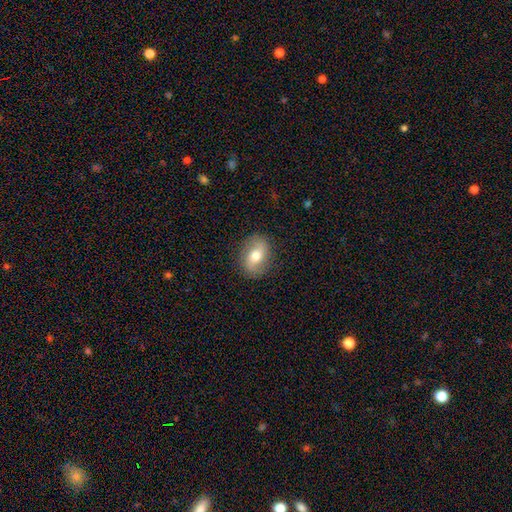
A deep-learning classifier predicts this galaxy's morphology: A smooth galaxy with no disk features (55%) that is in between round and cigar-shaped (74%). Merging: none (85%).